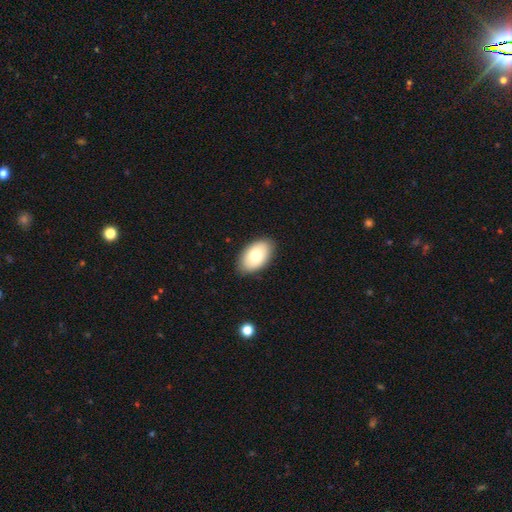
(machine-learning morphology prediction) The model was most divided on "smooth or featured": smooth: 72%, featured or disk: 21%, star or artifact: 6%. More confident: how rounded — in between (93%); merging — none (86%).